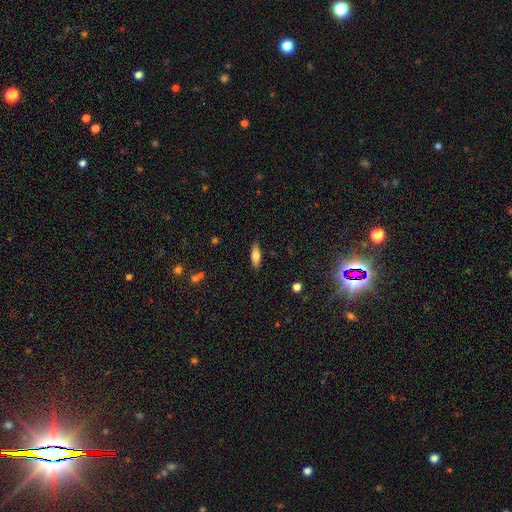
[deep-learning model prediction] Q: Smooth or featured?
A: smooth (71%); runner-up: featured or disk (21%)
Q: How rounded?
A: in between (57%); runner-up: cigar-shaped (41%)
Q: Merging?
A: none (85%); runner-up: minor disturbance (11%)